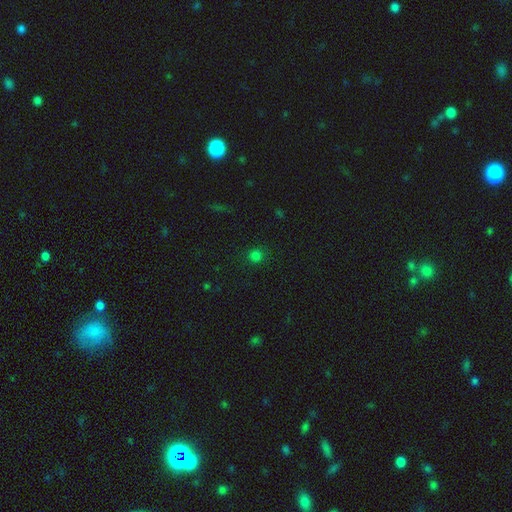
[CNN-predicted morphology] Q: Smooth or featured?
A: smooth (78%); runner-up: star or artifact (18%)
Q: How rounded?
A: round (90%); runner-up: in between (9%)
Q: Merging?
A: none (88%); runner-up: minor disturbance (8%)